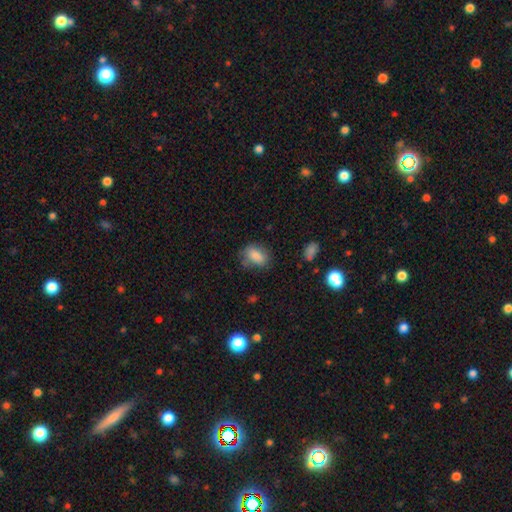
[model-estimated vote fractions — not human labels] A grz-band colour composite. It shows a smooth galaxy with no disk features (83%) that is in between round and cigar-shaped (80%). Merging: none (66%).